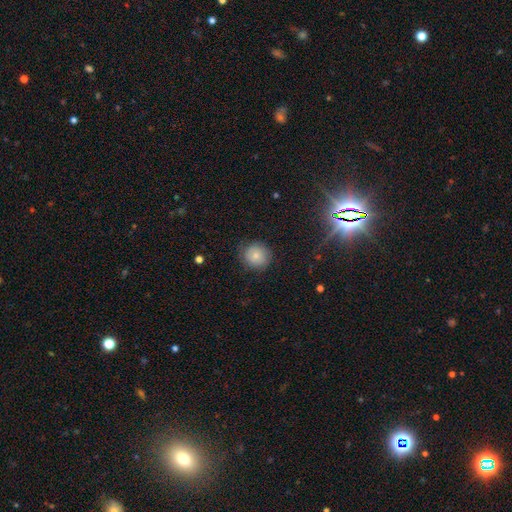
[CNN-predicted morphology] Smooth or featured? Predicted: smooth (p=0.72). How rounded? Predicted: round (p=0.90). Merging? Predicted: none (p=0.81).